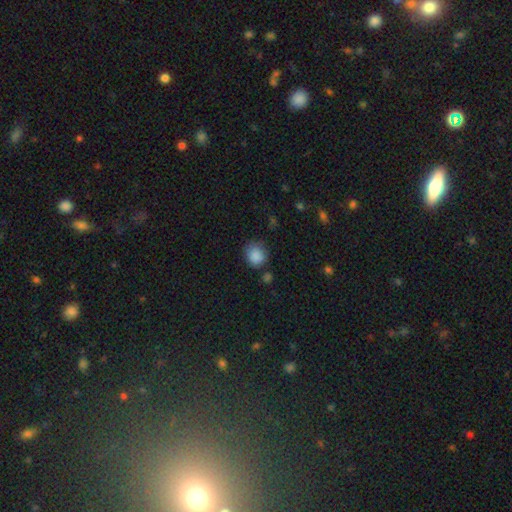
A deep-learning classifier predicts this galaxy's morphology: smooth-or-featured: smooth: 87% | star or artifact: 9% | featured or disk: 4%
  how-rounded: round: 80% | in between: 20% | cigar-shaped: 1%
  merging: none: 69% | minor disturbance: 20% | major disturbance: 6% | merger: 4%